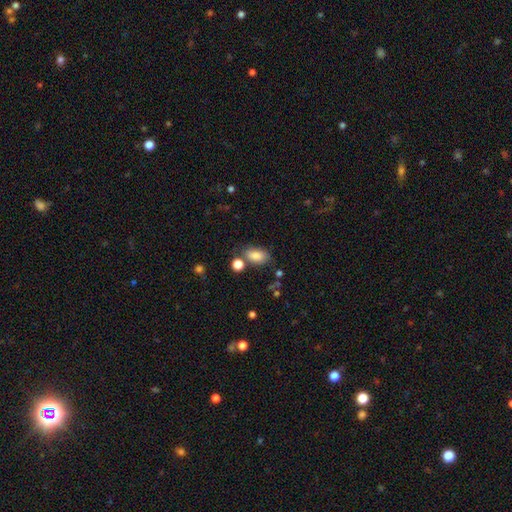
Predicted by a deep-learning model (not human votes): Smooth or featured? smooth (84%)
How rounded? in between (89%)
Merging? none (67%)